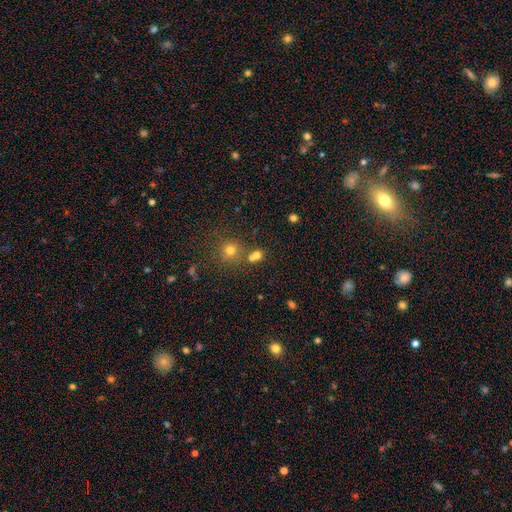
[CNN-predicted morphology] Overall: smooth (70%). How rounded: round (68%; in between 30%). Merging: none (49%; merger 38%).